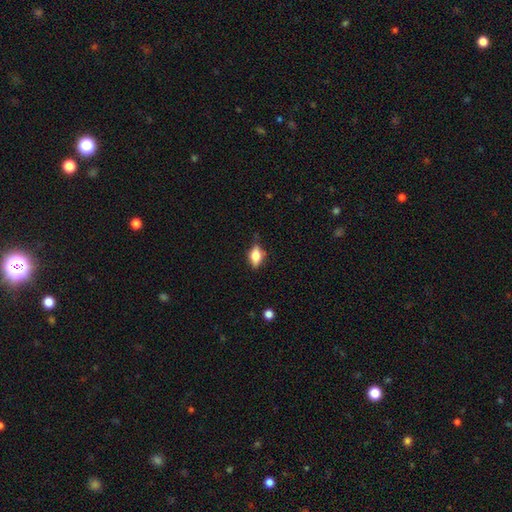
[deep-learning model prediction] This is likely a smooth galaxy (68%). How rounded: clearly in between (81%). Merging: likely none (67%).